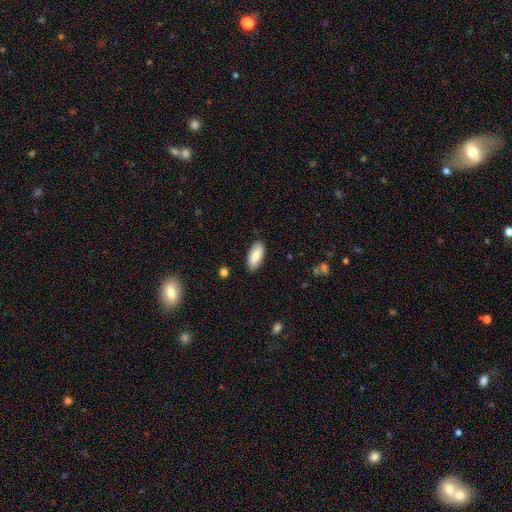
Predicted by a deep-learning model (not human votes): Q: Smooth or featured?
A: smooth (82%); runner-up: featured or disk (12%)
Q: How rounded?
A: in between (86%); runner-up: cigar-shaped (13%)
Q: Merging?
A: none (86%); runner-up: minor disturbance (11%)